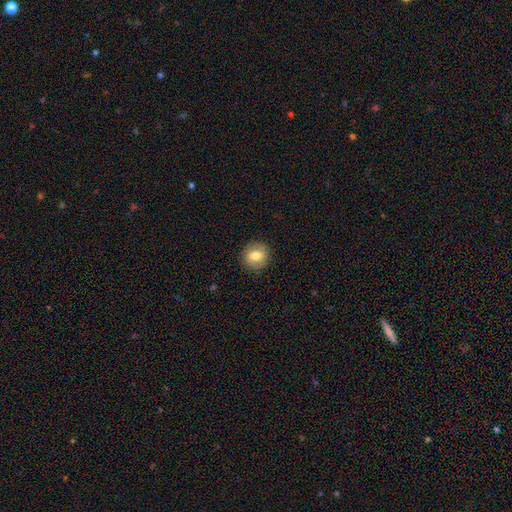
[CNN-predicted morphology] Smooth or featured: smooth — 75% (featured or disk — 16%)
How rounded: round — 90% (in between — 9%)
Merging: none — 89% (minor disturbance — 8%)